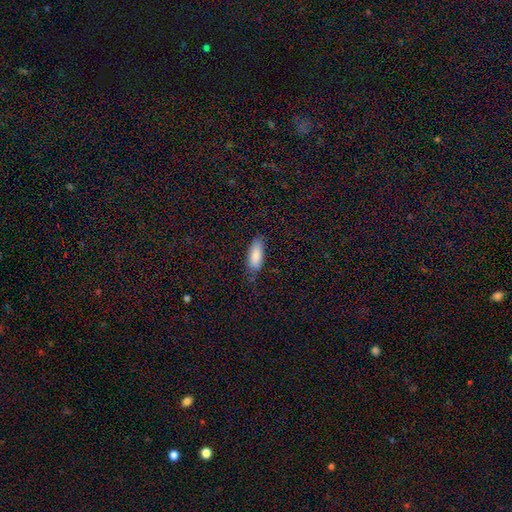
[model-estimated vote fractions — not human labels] smooth_or_featured: smooth (p=0.85) [alt: featured or disk p=0.08]
how_rounded: in between (p=0.76) [alt: cigar-shaped p=0.22]
merging: none (p=0.76) [alt: minor disturbance p=0.18]